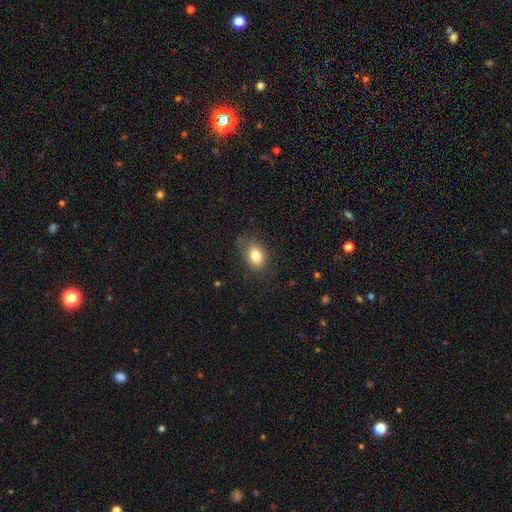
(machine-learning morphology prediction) Smooth or featured?
  - smooth: 82% *
  - star or artifact: 10%
  - featured or disk: 8%
How rounded?
  - in between: 72% *
  - round: 27%
  - cigar-shaped: 1%
Merging?
  - none: 74% *
  - minor disturbance: 19%
  - major disturbance: 6%
  - merger: 1%